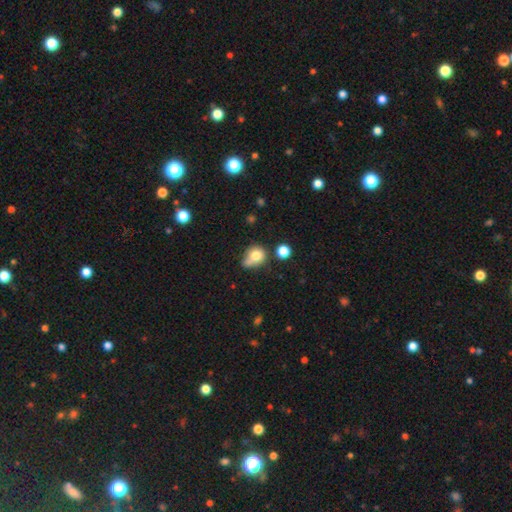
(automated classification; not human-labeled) This is likely a smooth galaxy (76%). How rounded: likely round (67%). Merging: marginally none (40%).